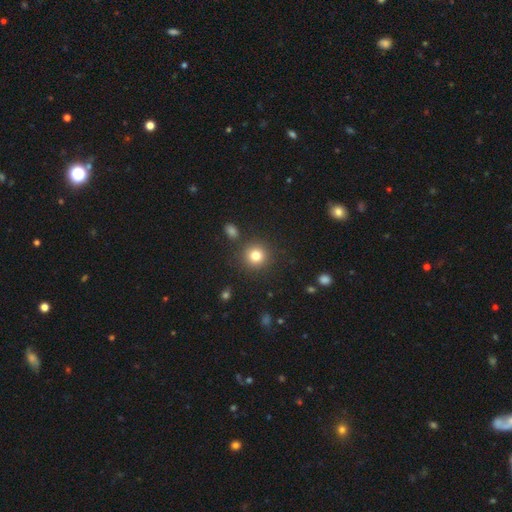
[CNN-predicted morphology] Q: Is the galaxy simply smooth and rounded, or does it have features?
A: smooth — 81%.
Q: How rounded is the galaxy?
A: round — 93%.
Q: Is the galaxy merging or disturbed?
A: none — 87%.